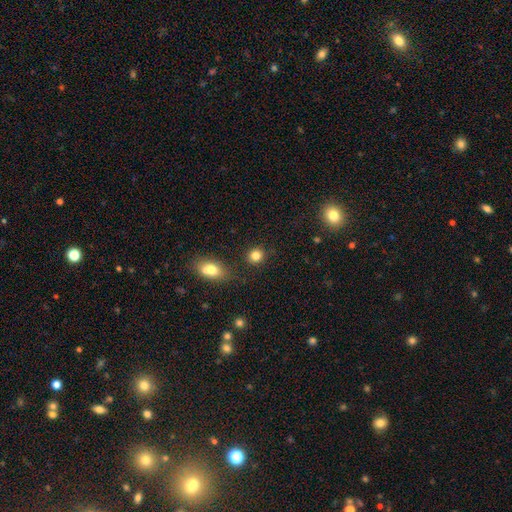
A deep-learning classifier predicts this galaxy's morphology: This appears to be a smooth galaxy with no disk features (84%) that is round (83%). Merging: none (86%).